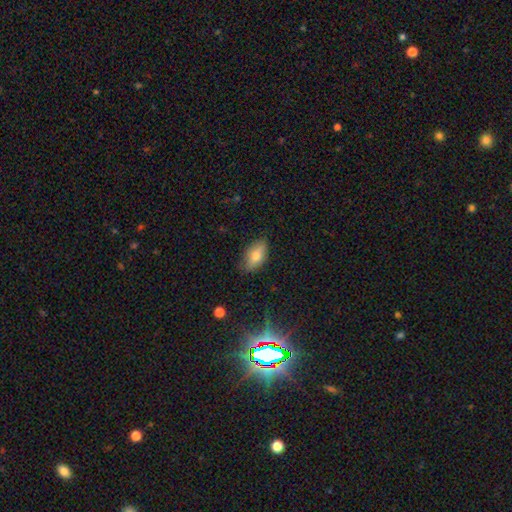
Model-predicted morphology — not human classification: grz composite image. It shows a smooth galaxy with no disk features (74%) that is in between round and cigar-shaped (89%). Merging: none (78%).